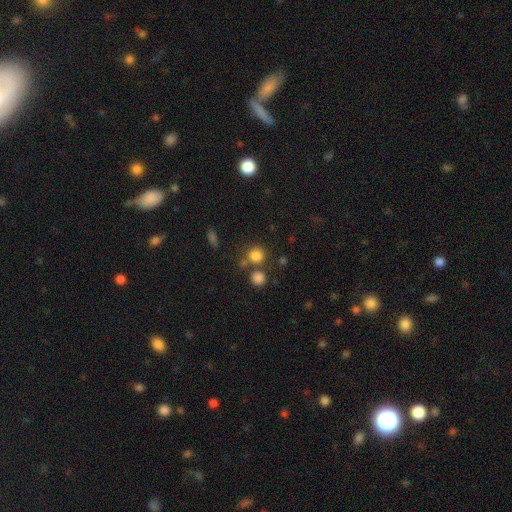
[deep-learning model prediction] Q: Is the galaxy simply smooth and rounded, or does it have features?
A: smooth — 81%.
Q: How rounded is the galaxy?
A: round — 88%.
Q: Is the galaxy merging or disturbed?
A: none — 68%.